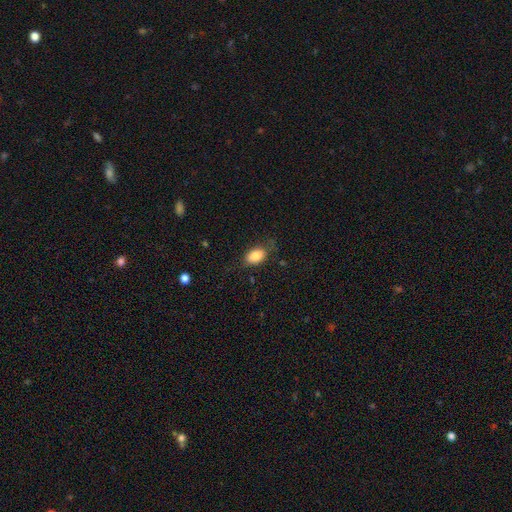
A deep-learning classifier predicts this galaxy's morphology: smooth_or_featured: smooth (p=0.84) [alt: featured or disk p=0.08]
how_rounded: in between (p=0.87) [alt: round p=0.11]
merging: none (p=0.72) [alt: minor disturbance p=0.19]